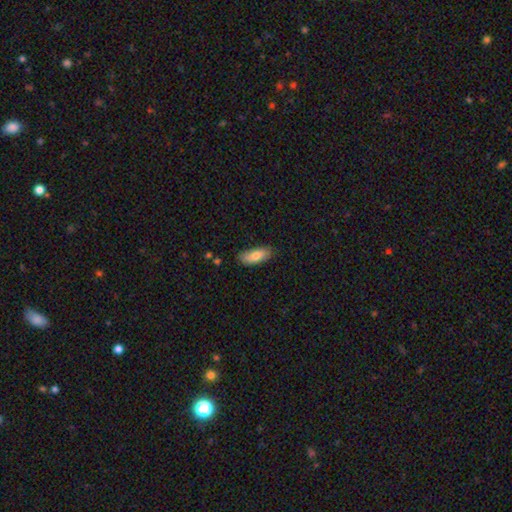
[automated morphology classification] Smooth or featured? smooth (81%)
How rounded? in between (81%)
Merging? none (79%)